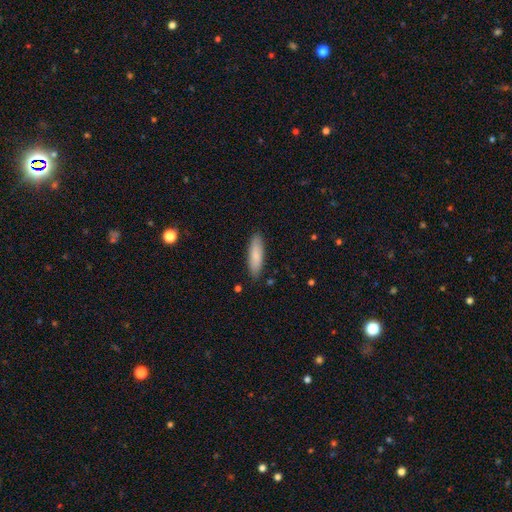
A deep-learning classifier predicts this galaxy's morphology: Smooth or featured? smooth (82%)
How rounded? cigar-shaped (56%)
Merging? none (87%)